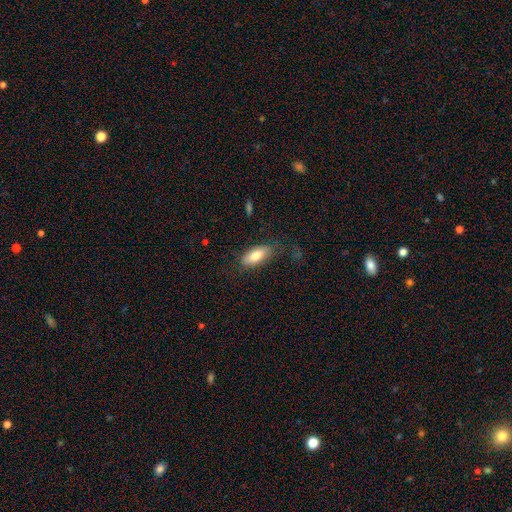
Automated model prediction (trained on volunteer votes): Smooth or featured? Predicted: smooth (p=0.80). How rounded? Predicted: in between (p=0.84). Merging? Predicted: none (p=0.73).